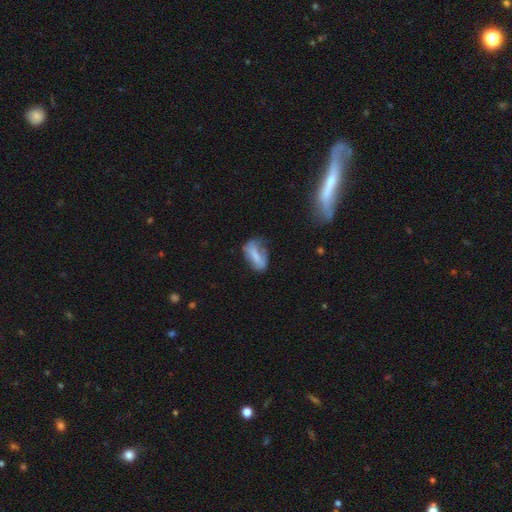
Q: Smooth or featured?
A: featured or disk (50%); runner-up: smooth (45%)
Q: Edge-on disk?
A: no (79%); runner-up: yes (21%)
Q: Bar?
A: strong (47%); runner-up: no (33%)
Q: Spiral arms?
A: no (93%); runner-up: yes (7%)
Q: Bulge size?
A: none (40%); runner-up: moderate (33%)
Q: Merging?
A: minor disturbance (39%); runner-up: none (36%)